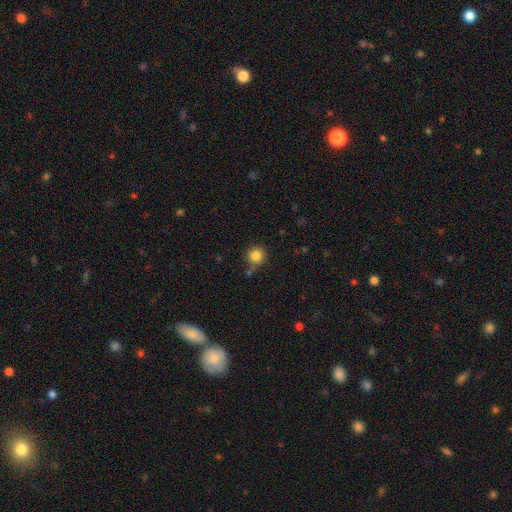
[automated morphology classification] smooth_or_featured: smooth (p=0.85) [alt: star or artifact p=0.10]
how_rounded: round (p=0.93) [alt: in between p=0.06]
merging: none (p=0.76) [alt: minor disturbance p=0.13]